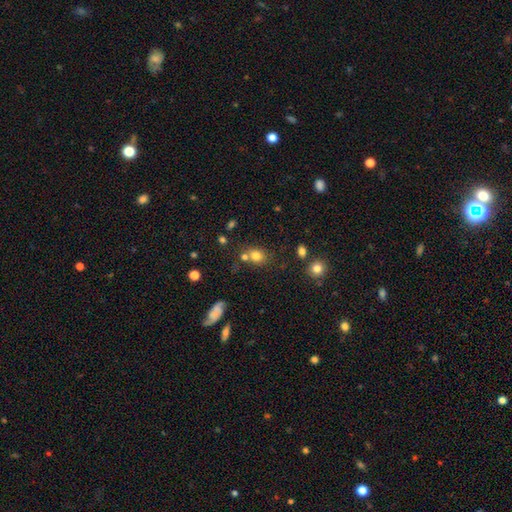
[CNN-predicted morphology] Smooth or featured?
  - smooth: 76% *
  - star or artifact: 14%
  - featured or disk: 9%
How rounded?
  - round: 60% *
  - in between: 39%
  - cigar-shaped: 1%
Merging?
  - none: 56% *
  - merger: 26%
  - minor disturbance: 13%
  - major disturbance: 5%